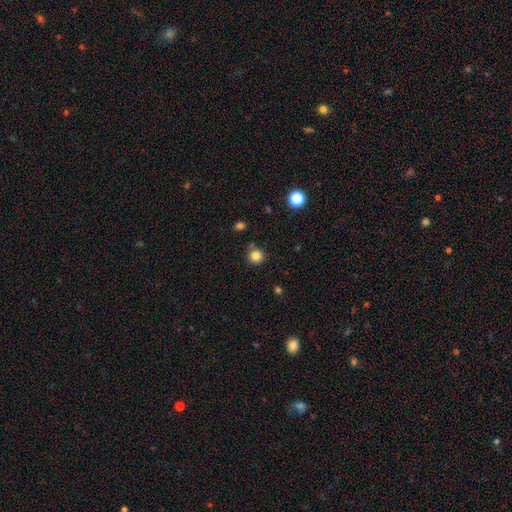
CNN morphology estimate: The model was most divided on "smooth or featured": smooth: 83%, star or artifact: 13%, featured or disk: 4%. More confident: how rounded — round (93%); merging — none (83%).